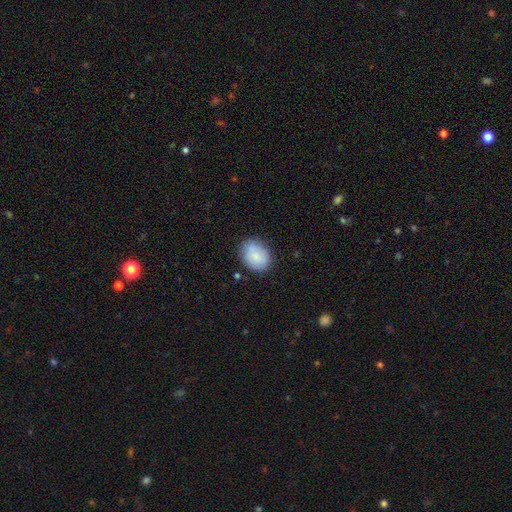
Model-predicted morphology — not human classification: Smooth or featured? smooth (85%)
How rounded? in between (62%)
Merging? none (78%)